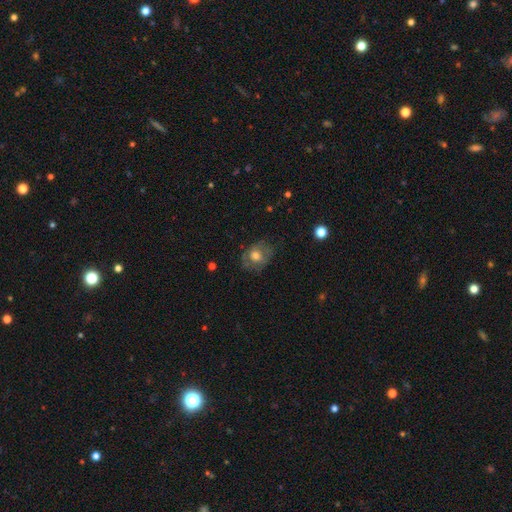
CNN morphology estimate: smooth-or-featured: smooth: 52% | featured or disk: 39% | star or artifact: 10%
  how-rounded: round: 55% | in between: 44% | cigar-shaped: 1%
  merging: none: 63% | minor disturbance: 23% | major disturbance: 13% | merger: 1%